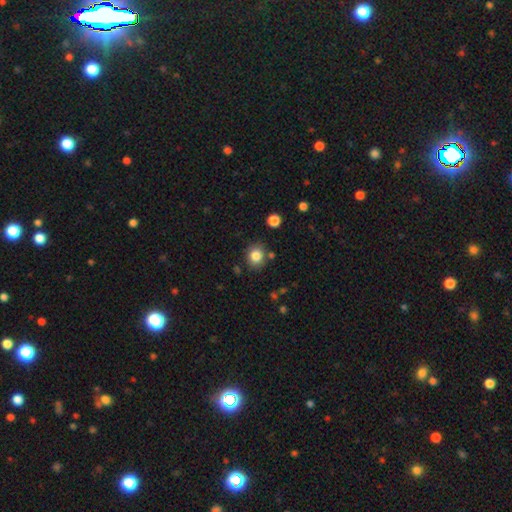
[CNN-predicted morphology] Overall: smooth (84%). How rounded: round (78%). Merging: none (82%).